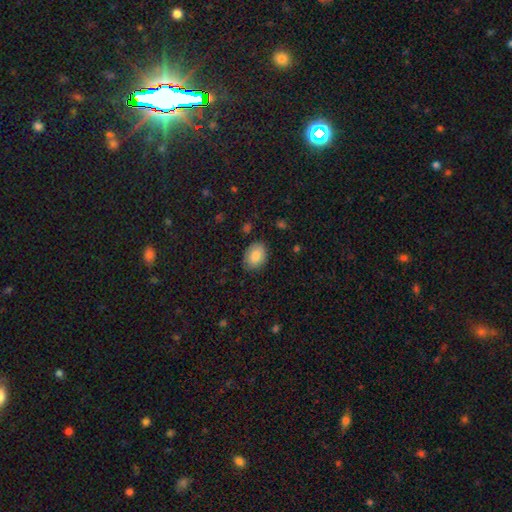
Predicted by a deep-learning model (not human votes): smooth_or_featured: smooth (p=0.84) [alt: featured or disk p=0.08]
how_rounded: in between (p=0.73) [alt: round p=0.26]
merging: none (p=0.83) [alt: minor disturbance p=0.13]